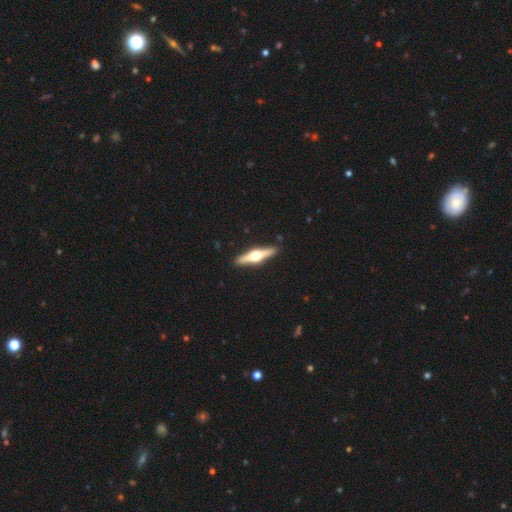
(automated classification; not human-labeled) Q: Smooth or featured?
A: featured or disk (74%); runner-up: smooth (22%)
Q: Edge-on disk?
A: yes (98%); runner-up: no (2%)
Q: Edge-on bulge?
A: rounded (96%); runner-up: boxy (2%)
Q: Merging?
A: none (92%); runner-up: minor disturbance (6%)